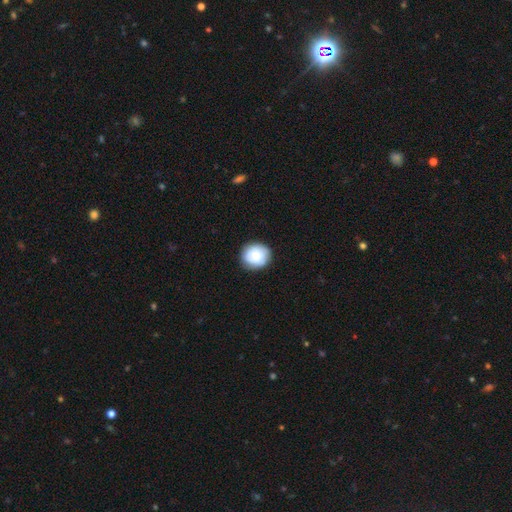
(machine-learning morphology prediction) smooth 75%, featured or disk 18%, star or artifact 7%. Down the decision tree: how rounded — round (84%); merging — none (85%).